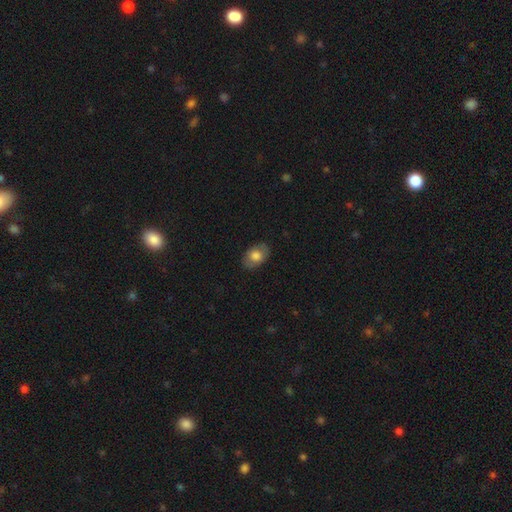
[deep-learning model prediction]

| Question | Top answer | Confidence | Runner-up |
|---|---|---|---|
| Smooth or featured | smooth | 72% | featured or disk (21%) |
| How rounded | in between | 83% | round (16%) |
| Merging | none | 82% | minor disturbance (14%) |